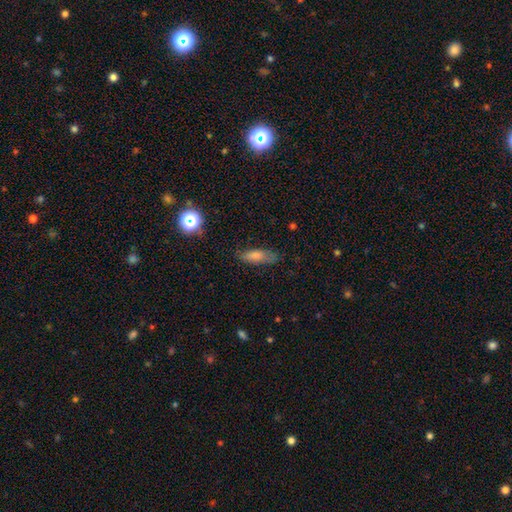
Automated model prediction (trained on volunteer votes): Morphology: type=smooth (78%); roundness=in between (53%); merging=none (74%).